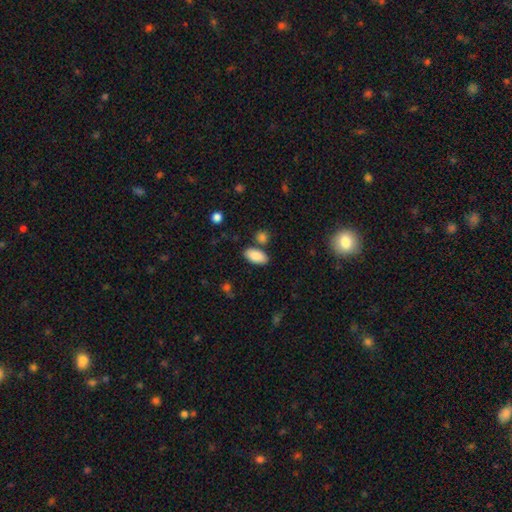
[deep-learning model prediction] This is clearly a smooth galaxy (87%). How rounded: clearly in between (93%). Merging: likely none (78%).